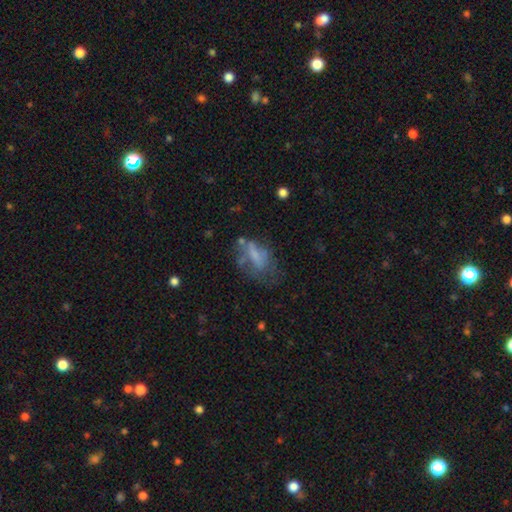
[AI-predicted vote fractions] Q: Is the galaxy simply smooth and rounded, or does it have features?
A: smooth — 51%.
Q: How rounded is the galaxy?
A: in between — 81%.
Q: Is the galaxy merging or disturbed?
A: major disturbance — 34%.